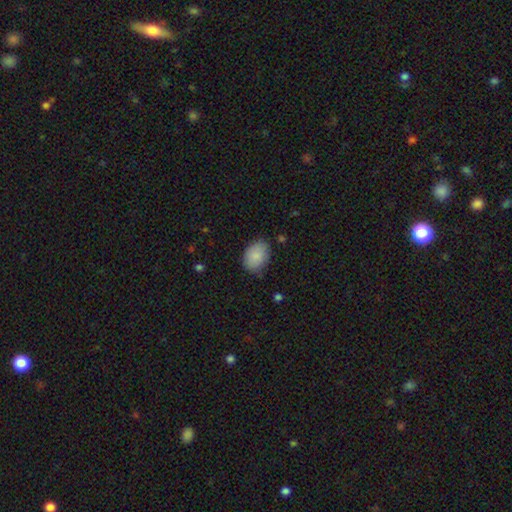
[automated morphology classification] Smooth or featured: smooth — 88% (star or artifact — 7%)
How rounded: in between — 81% (round — 18%)
Merging: none — 78% (minor disturbance — 17%)